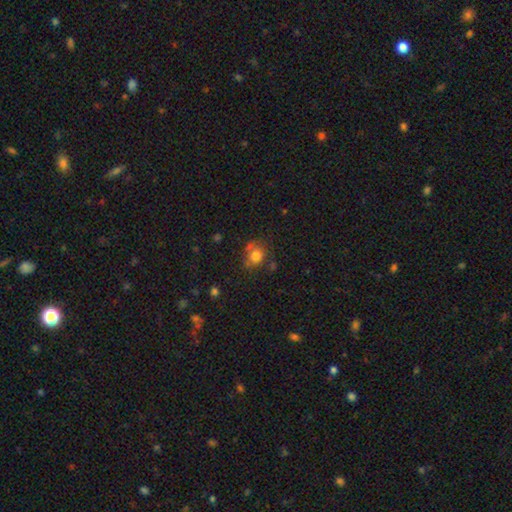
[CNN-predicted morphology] This is likely a smooth galaxy (77%). How rounded: likely round (71%). Merging: likely none (63%).